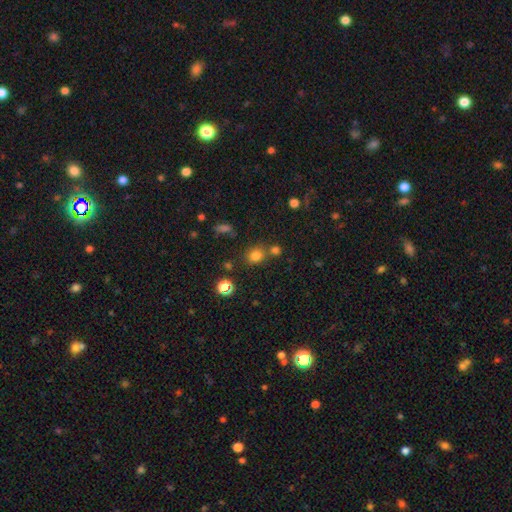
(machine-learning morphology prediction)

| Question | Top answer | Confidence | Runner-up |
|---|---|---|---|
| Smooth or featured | smooth | 76% | star or artifact (17%) |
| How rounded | round | 69% | in between (30%) |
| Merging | none | 68% | merger (18%) |